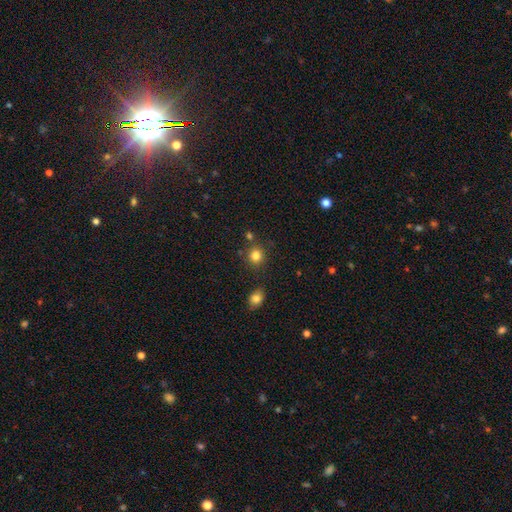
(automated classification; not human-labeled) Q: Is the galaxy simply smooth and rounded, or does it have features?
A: smooth — 82%.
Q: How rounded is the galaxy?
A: round — 88%.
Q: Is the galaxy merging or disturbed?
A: none — 80%.